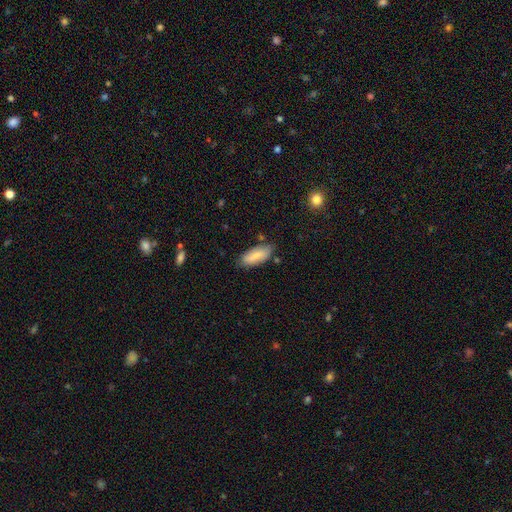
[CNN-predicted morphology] smooth-or-featured: smooth: 78% | featured or disk: 15% | star or artifact: 6%
  how-rounded: in between: 80% | cigar-shaped: 19% | round: 2%
  merging: none: 76% | minor disturbance: 18% | major disturbance: 3% | merger: 3%